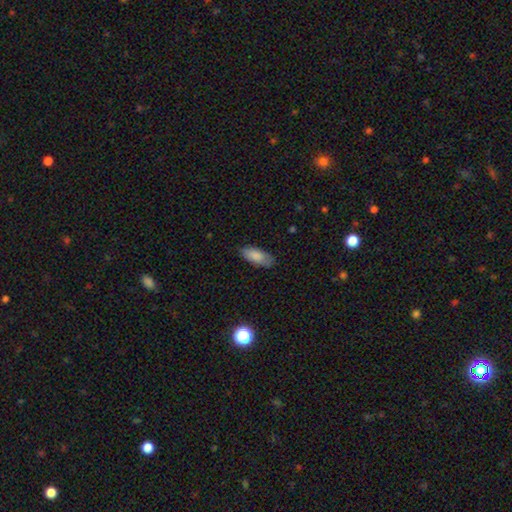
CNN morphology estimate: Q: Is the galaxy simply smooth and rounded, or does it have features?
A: smooth — 84%.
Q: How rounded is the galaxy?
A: in between — 83%.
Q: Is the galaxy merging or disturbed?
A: none — 81%.